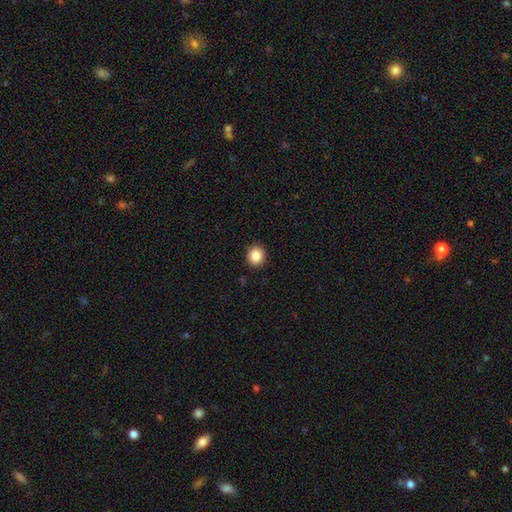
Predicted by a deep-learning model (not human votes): Smooth or featured?
  - smooth: 86% *
  - star or artifact: 10%
  - featured or disk: 5%
How rounded?
  - round: 76% *
  - in between: 23%
  - cigar-shaped: 1%
Merging?
  - none: 91% *
  - minor disturbance: 6%
  - major disturbance: 2%
  - merger: 1%